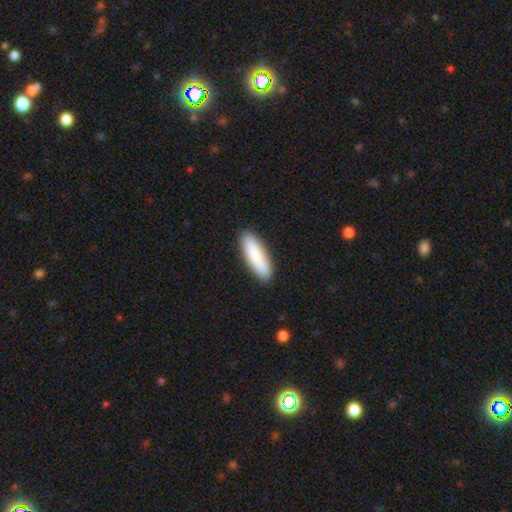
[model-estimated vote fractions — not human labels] Smooth or featured? smooth (85%)
How rounded? cigar-shaped (63%)
Merging? none (89%)